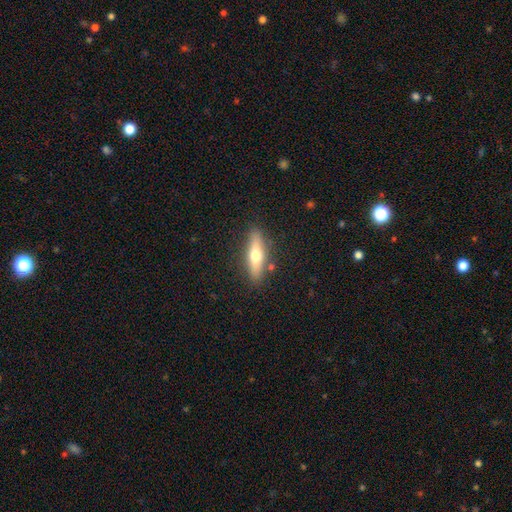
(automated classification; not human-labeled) A smooth galaxy with no disk features (55%) that is cigar-shaped (65%).

Vote fractions:
- Smooth or featured? smooth: 55% / featured or disk: 39% / star or artifact: 7%
- How rounded? cigar-shaped: 65% / in between: 32% / round: 2%
- Merging? none: 84% / minor disturbance: 11% / merger: 3% / major disturbance: 3%